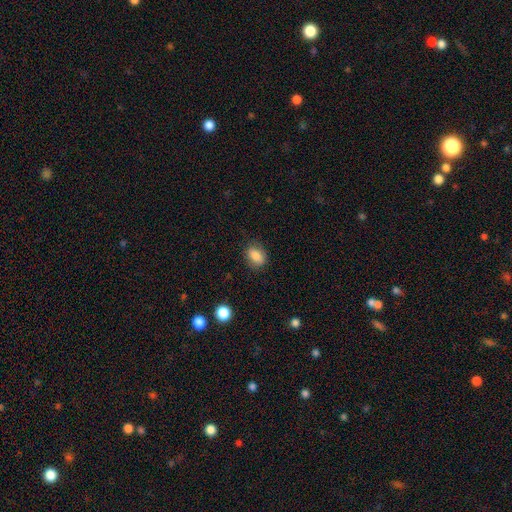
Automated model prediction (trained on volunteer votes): This is clearly a smooth galaxy (85%). How rounded: likely in between (73%). Merging: clearly none (82%).